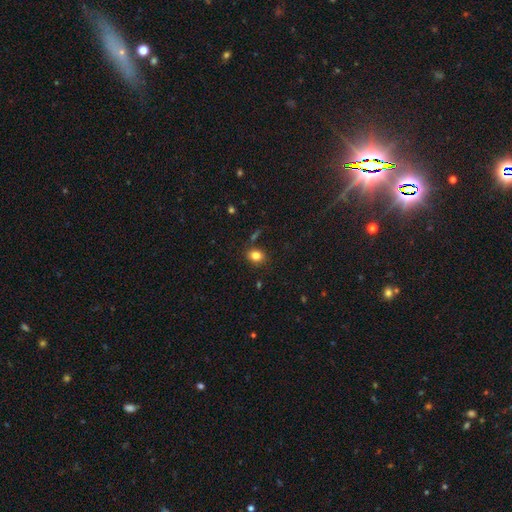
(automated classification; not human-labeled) A smooth galaxy with no disk features (81%) that is in between round and cigar-shaped (53%). Merging: none (83%).